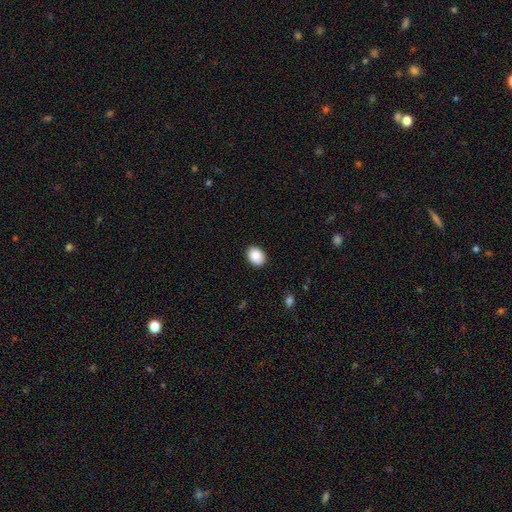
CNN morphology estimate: A smooth galaxy with no disk features (89%) that is in between round and cigar-shaped (68%).

Vote fractions:
- Smooth or featured? smooth: 89% / star or artifact: 7% / featured or disk: 3%
- How rounded? in between: 68% / round: 31% / cigar-shaped: 1%
- Merging? none: 90% / minor disturbance: 7% / major disturbance: 2% / merger: 1%